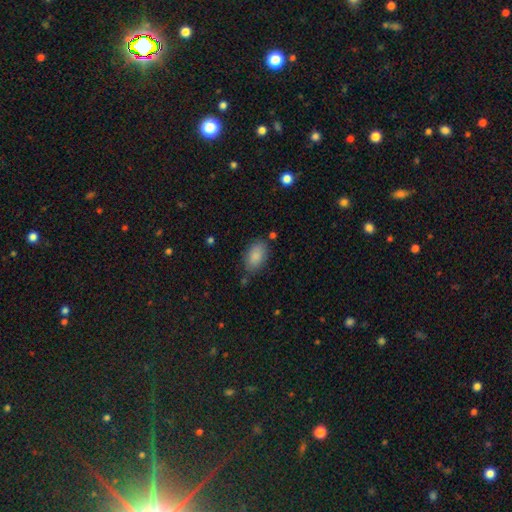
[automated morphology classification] Smooth or featured: smooth — 87% (star or artifact — 7%)
How rounded: in between — 93% (round — 5%)
Merging: none — 78% (minor disturbance — 15%)